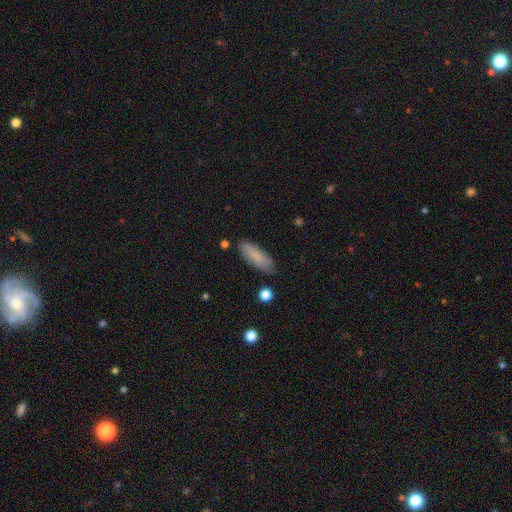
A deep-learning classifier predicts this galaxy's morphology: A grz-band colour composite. It shows a smooth galaxy with no disk features (83%) that is in between round and cigar-shaped (56%). Merging: none (83%).